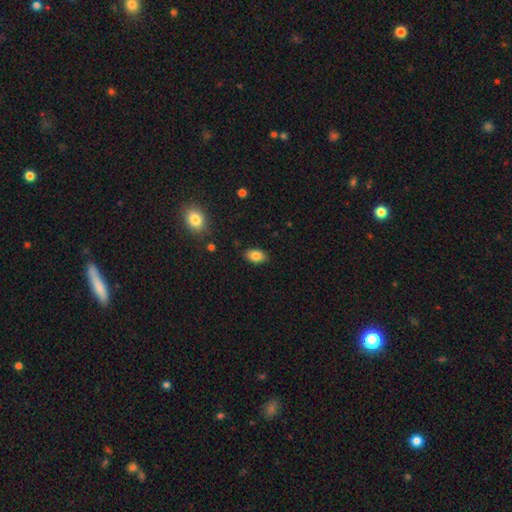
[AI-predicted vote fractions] A smooth galaxy with no disk features (84%) that is in between round and cigar-shaped (88%).

Vote fractions:
- Smooth or featured? smooth: 84% / star or artifact: 9% / featured or disk: 7%
- How rounded? in between: 88% / round: 10% / cigar-shaped: 2%
- Merging? none: 86% / minor disturbance: 10% / major disturbance: 2% / merger: 1%